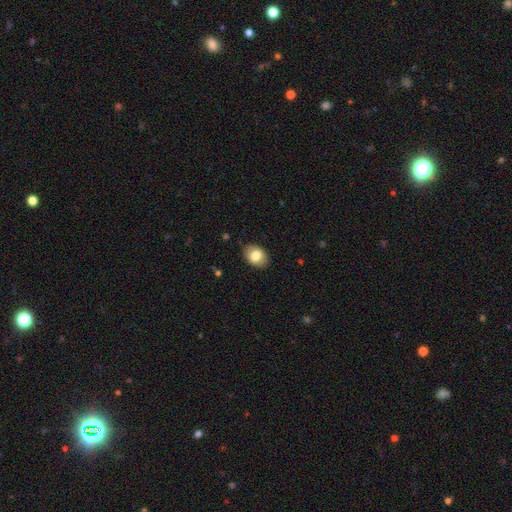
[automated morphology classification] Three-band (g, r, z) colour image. It shows a smooth galaxy with no disk features (79%) that is in between round and cigar-shaped (73%). Merging: none (87%).